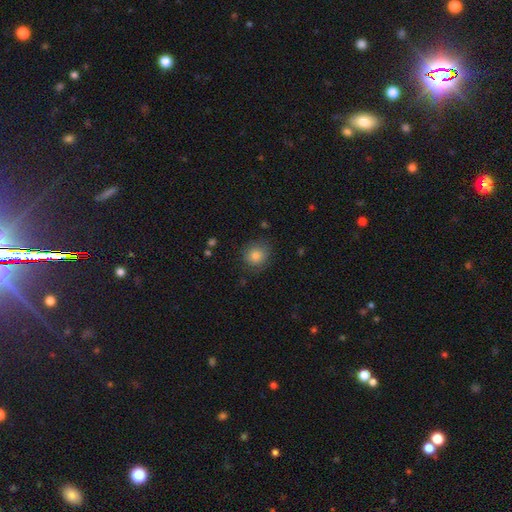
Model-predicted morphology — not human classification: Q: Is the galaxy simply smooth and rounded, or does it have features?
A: smooth — 81%.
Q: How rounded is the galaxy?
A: round — 87%.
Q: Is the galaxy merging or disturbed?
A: none — 82%.